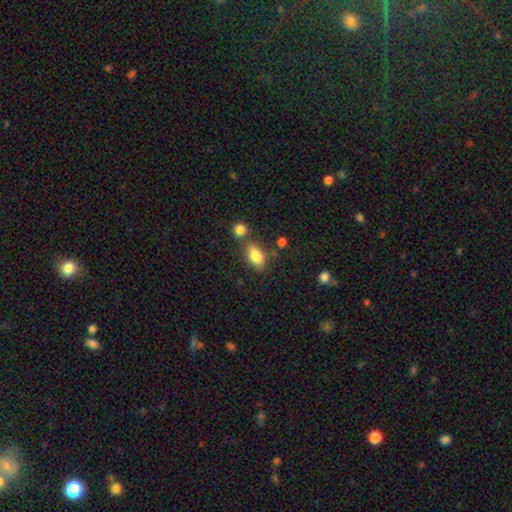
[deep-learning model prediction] This is clearly a smooth galaxy (83%). How rounded: clearly in between (87%). Merging: likely none (61%).